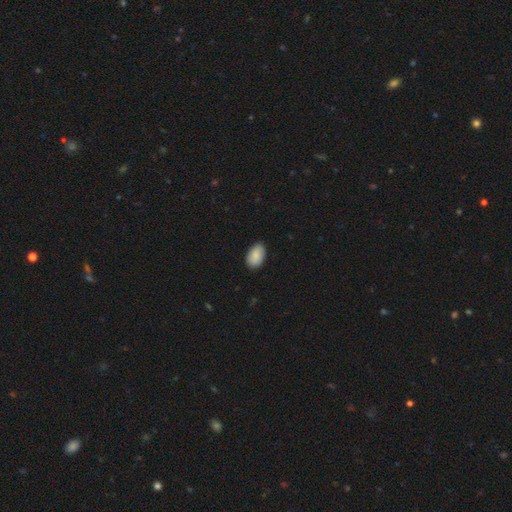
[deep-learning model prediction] A smooth galaxy with no disk features (88%) that is in between round and cigar-shaped (93%).

Vote fractions:
- Smooth or featured? smooth: 88% / star or artifact: 6% / featured or disk: 6%
- How rounded? in between: 93% / round: 6% / cigar-shaped: 1%
- Merging? none: 86% / minor disturbance: 11% / major disturbance: 2% / merger: 1%